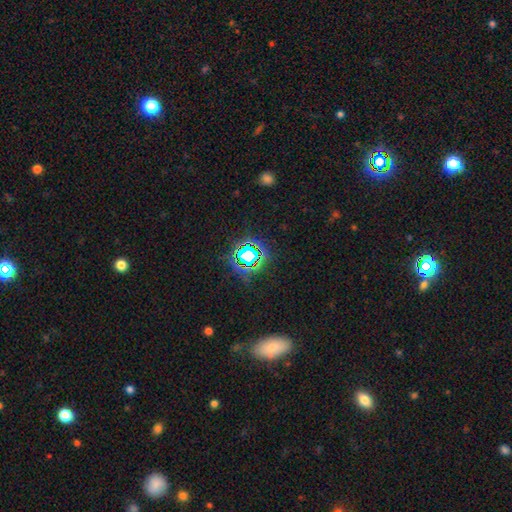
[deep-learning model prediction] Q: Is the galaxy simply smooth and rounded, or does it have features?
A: star or artifact — 65%.